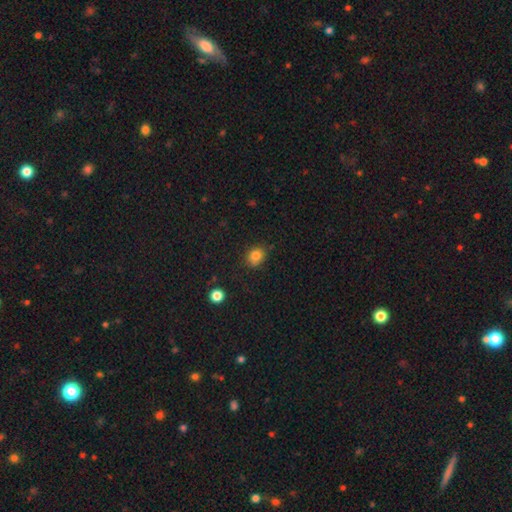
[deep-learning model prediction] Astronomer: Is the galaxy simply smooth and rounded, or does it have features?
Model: smooth — 82%.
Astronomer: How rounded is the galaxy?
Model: round — 61% (runner-up: in between, 38%).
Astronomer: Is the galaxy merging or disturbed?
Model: none — 77%.